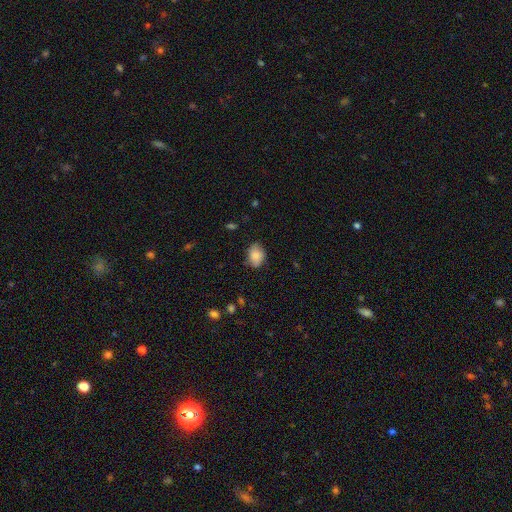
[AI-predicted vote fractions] smooth-or-featured: smooth: 80% | featured or disk: 12% | star or artifact: 8%
  how-rounded: in between: 75% | round: 24% | cigar-shaped: 1%
  merging: none: 72% | minor disturbance: 22% | major disturbance: 5% | merger: 1%